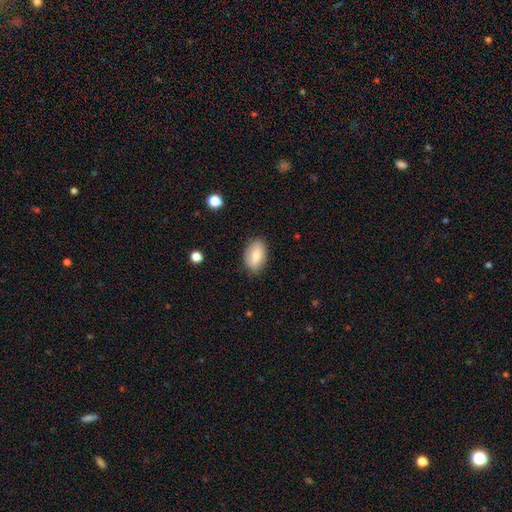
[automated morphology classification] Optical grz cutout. It shows a smooth galaxy with no disk features (78%) that is in between round and cigar-shaped (91%). Merging: none (84%).